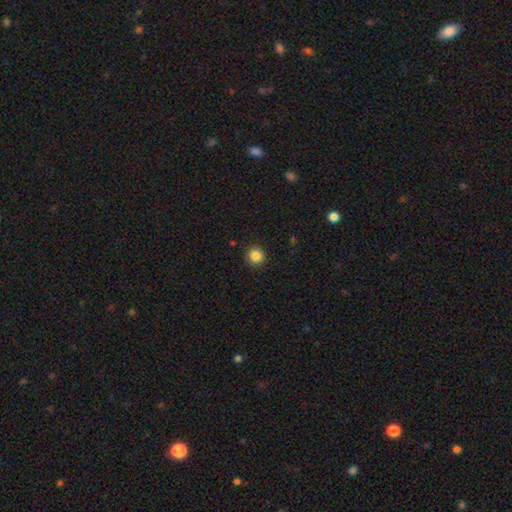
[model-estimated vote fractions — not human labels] Morphology: type=smooth (86%); roundness=round (93%); merging=none (91%).